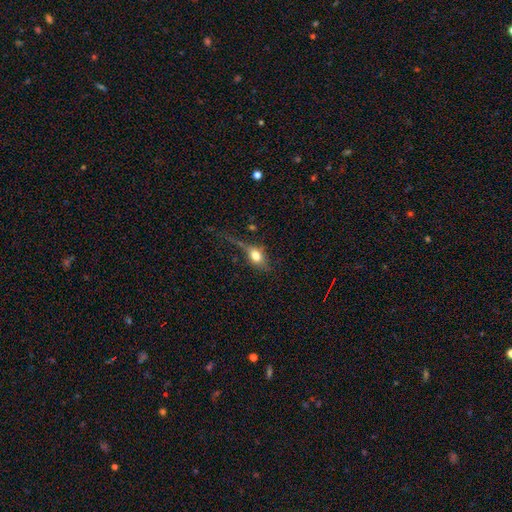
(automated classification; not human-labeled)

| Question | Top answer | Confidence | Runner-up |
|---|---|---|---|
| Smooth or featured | smooth | 67% | featured or disk (21%) |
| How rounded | in between | 66% | round (25%) |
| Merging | none | 43% | major disturbance (27%) |